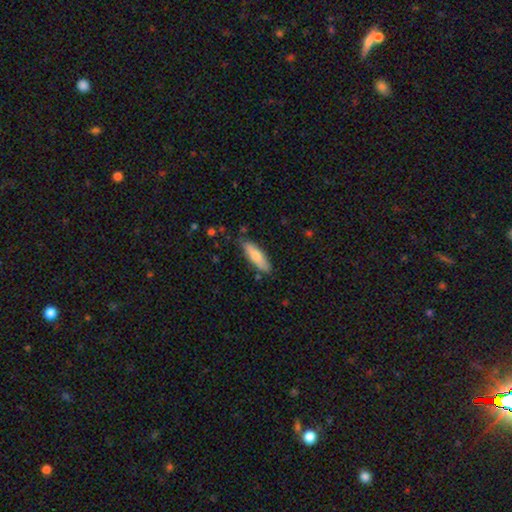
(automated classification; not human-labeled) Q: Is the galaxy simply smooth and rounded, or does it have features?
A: smooth — 74%.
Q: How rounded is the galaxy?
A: cigar-shaped — 50%.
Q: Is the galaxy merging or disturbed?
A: none — 80%.